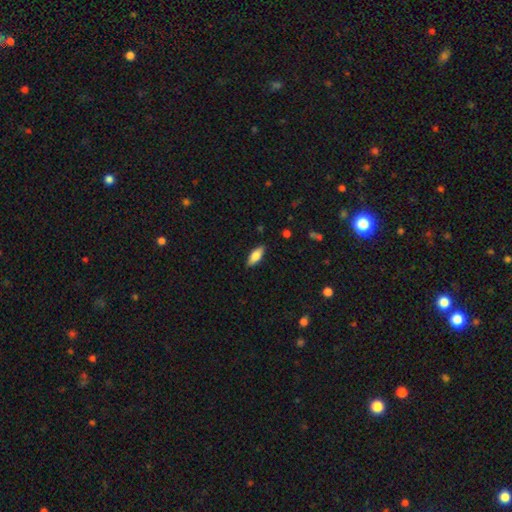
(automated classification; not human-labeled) smooth-or-featured: smooth: 81% | featured or disk: 13% | star or artifact: 6%
  how-rounded: in between: 74% | cigar-shaped: 24% | round: 2%
  merging: none: 87% | minor disturbance: 10% | major disturbance: 2% | merger: 1%